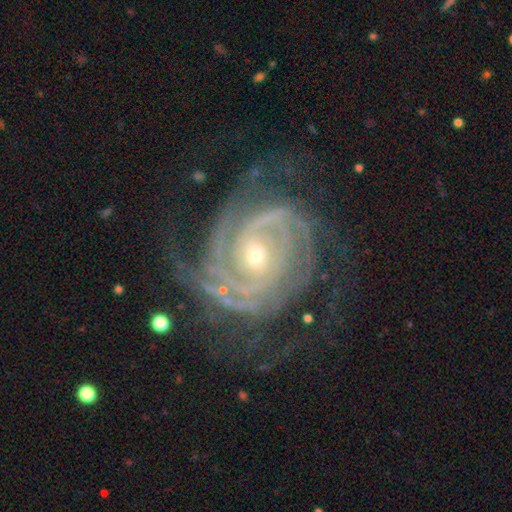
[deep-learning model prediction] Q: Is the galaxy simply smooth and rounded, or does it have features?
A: featured or disk — 92%.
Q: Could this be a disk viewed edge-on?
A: no — 98%.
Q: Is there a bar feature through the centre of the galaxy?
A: no — 62%.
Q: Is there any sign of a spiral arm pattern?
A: yes — 98%.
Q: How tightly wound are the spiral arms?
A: tight — 73%.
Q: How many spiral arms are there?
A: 2 — 27%.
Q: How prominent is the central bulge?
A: small — 61%.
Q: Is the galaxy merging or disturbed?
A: none — 68%.